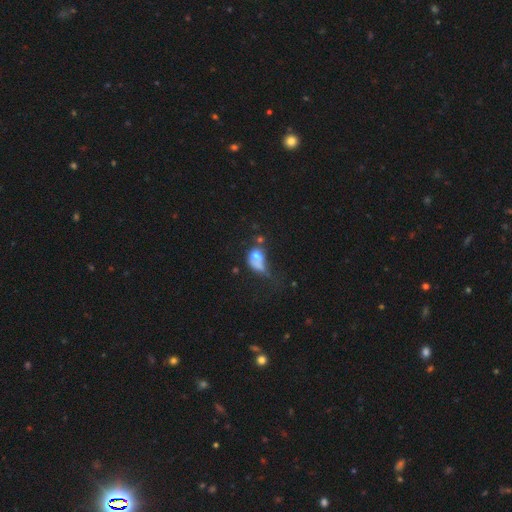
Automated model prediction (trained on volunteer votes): A smooth galaxy with no disk features (60%) that is in between round and cigar-shaped (66%). Merging: major disturbance (36%).